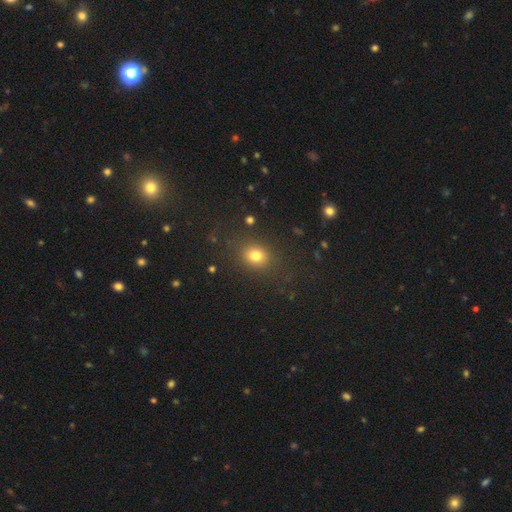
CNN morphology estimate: smooth-or-featured: smooth: 78% | star or artifact: 15% | featured or disk: 7%
  how-rounded: round: 59% | in between: 39% | cigar-shaped: 1%
  merging: none: 82% | minor disturbance: 10% | major disturbance: 5% | merger: 2%